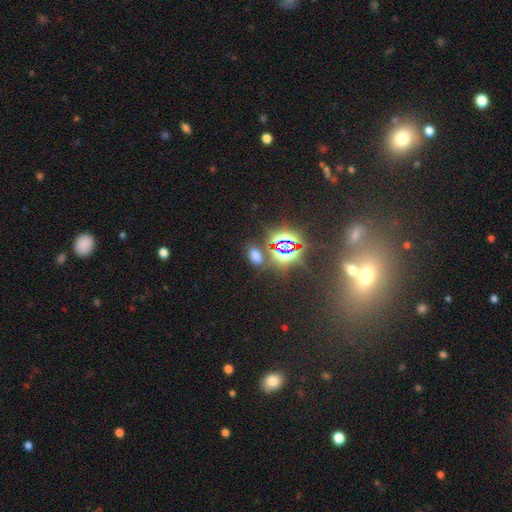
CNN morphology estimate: This is possibly a smooth galaxy (53%). How rounded: clearly in between (87%). Merging: likely none (74%).